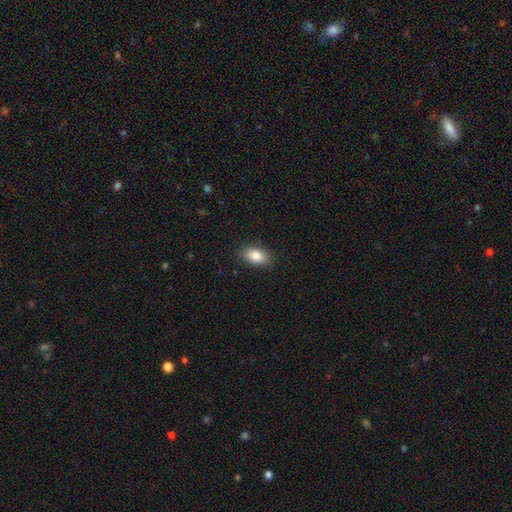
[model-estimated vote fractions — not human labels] smooth-or-featured: smooth: 85% | star or artifact: 8% | featured or disk: 7%
  how-rounded: in between: 90% | round: 8% | cigar-shaped: 2%
  merging: none: 87% | minor disturbance: 10% | major disturbance: 2% | merger: 1%